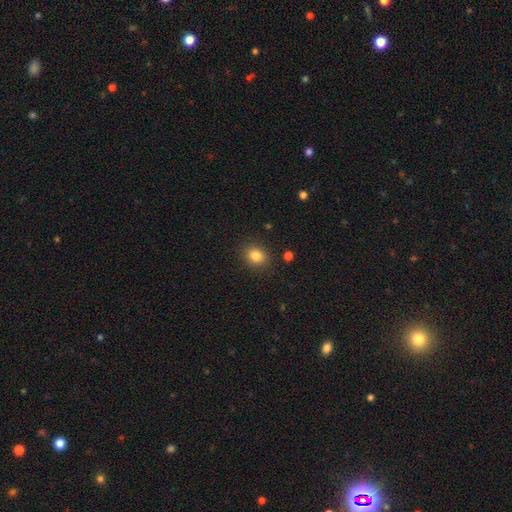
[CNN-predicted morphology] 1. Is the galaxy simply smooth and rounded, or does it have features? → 83% smooth, 11% star or artifact, 6% featured or disk.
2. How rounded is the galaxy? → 60% round, 39% in between, 1% cigar-shaped.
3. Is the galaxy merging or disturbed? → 88% none, 8% minor disturbance, 3% major disturbance, 2% merger.